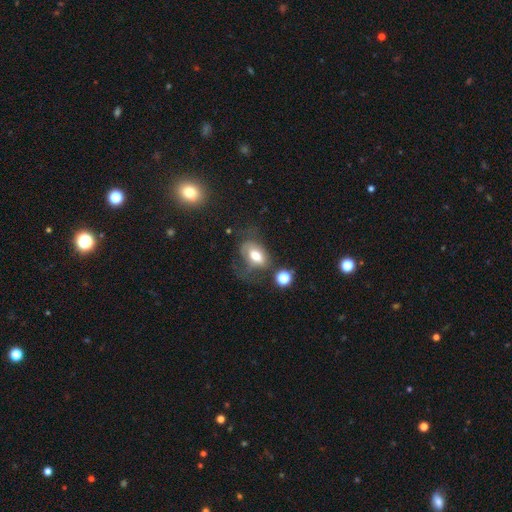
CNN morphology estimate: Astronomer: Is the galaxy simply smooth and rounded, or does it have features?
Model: smooth — 59%.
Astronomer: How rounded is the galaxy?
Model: in between — 84%.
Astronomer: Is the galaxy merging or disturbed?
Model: major disturbance — 37% (runner-up: none, 30%).